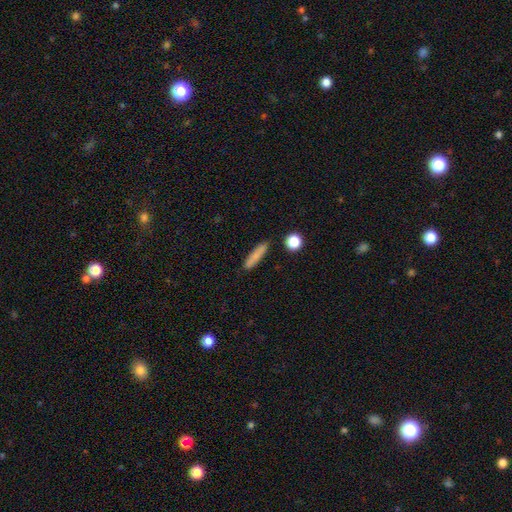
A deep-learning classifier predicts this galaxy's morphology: Overall: smooth (80%). How rounded: cigar-shaped (83%). Merging: none (86%).